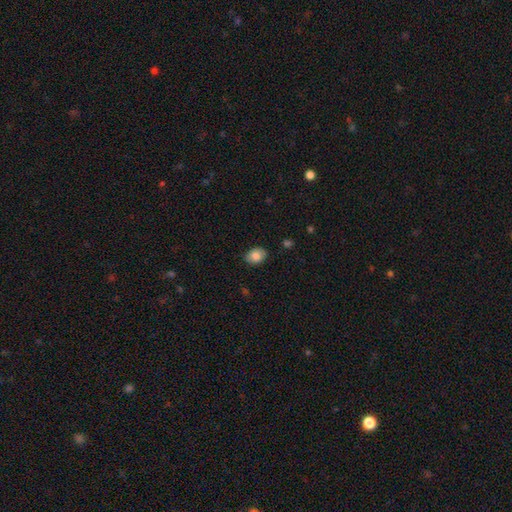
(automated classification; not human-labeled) Morphology: type=smooth (84%); roundness=in between (75%); merging=none (84%).